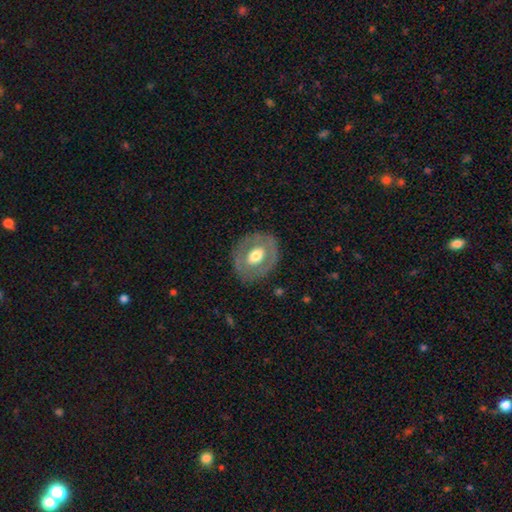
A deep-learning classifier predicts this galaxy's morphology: type=featured or disk (53%); edge-on=no (94%); merging=none (79%).